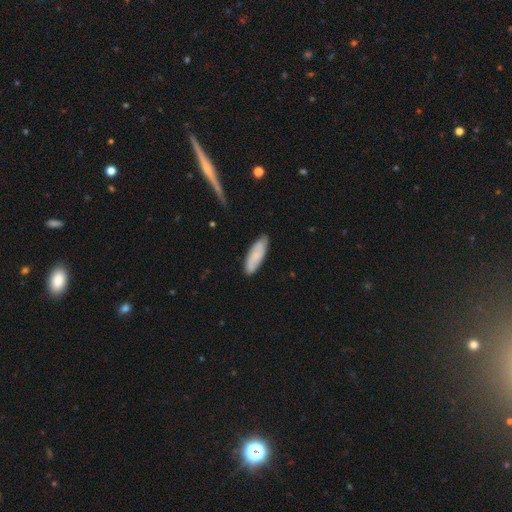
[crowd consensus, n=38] Smooth or featured? smooth (53%)
How rounded? cigar-shaped (70%)
Merging? none (80%)